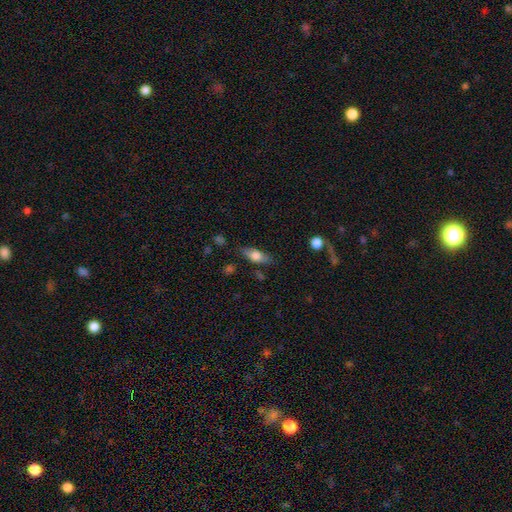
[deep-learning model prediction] smooth_or_featured: smooth (p=0.67) [alt: featured or disk p=0.26]
how_rounded: in between (p=0.71) [alt: cigar-shaped p=0.25]
merging: none (p=0.79) [alt: minor disturbance p=0.15]